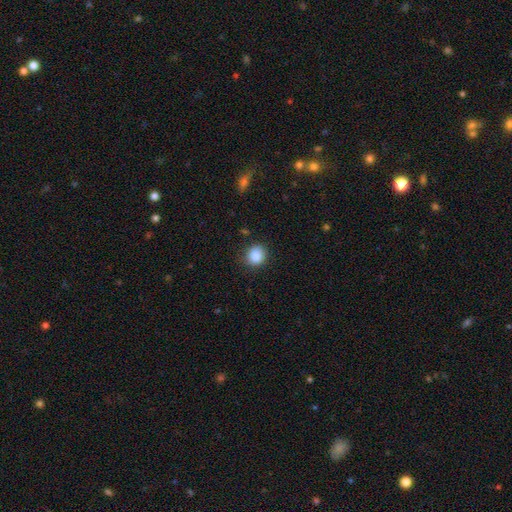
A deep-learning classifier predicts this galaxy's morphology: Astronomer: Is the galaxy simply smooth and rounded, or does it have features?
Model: smooth — 87%.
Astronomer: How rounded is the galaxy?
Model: round — 78%.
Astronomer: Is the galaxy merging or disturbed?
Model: none — 83%.